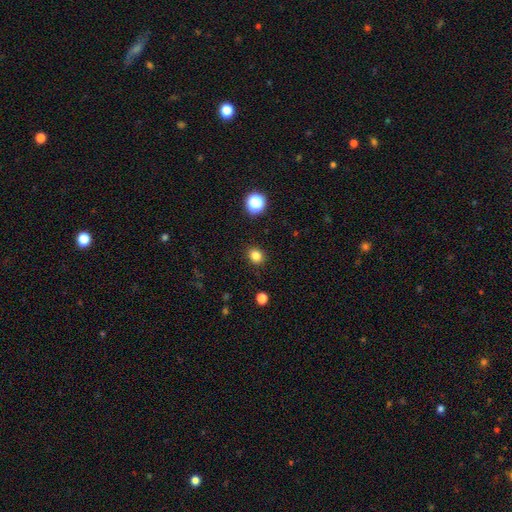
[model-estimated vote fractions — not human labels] A smooth galaxy with no disk features (82%) that is round (68%). Merging: none (90%).